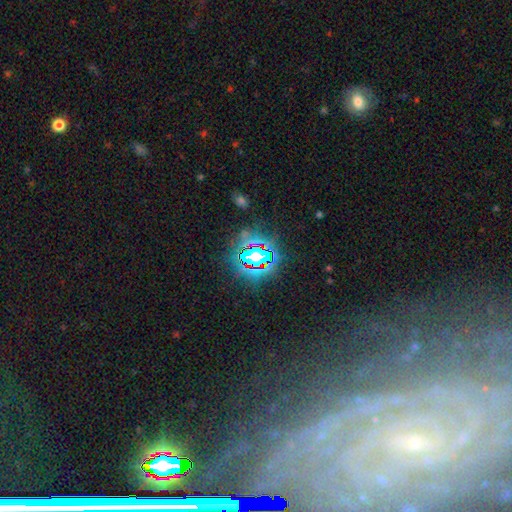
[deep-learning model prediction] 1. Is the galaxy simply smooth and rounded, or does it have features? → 73% star or artifact, 16% smooth, 12% featured or disk.